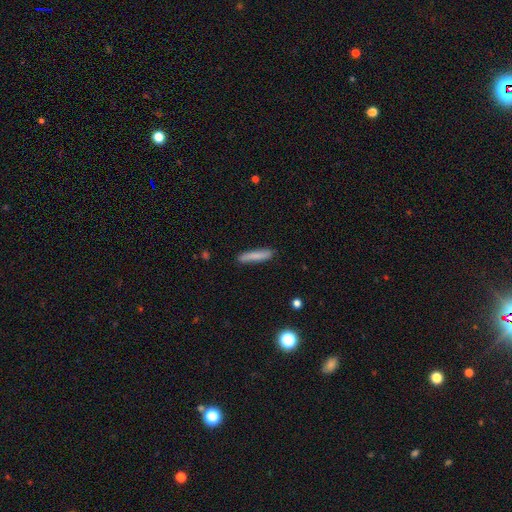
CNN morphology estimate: type=smooth (79%); roundness=cigar-shaped (89%); merging=none (85%).